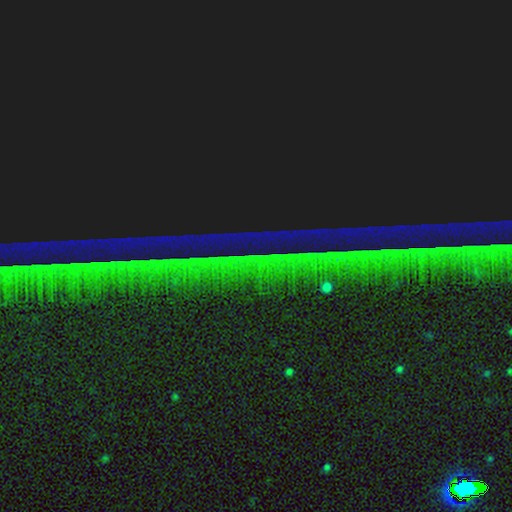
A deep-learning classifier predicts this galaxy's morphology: Smooth or featured? Predicted: star or artifact (p=0.88).